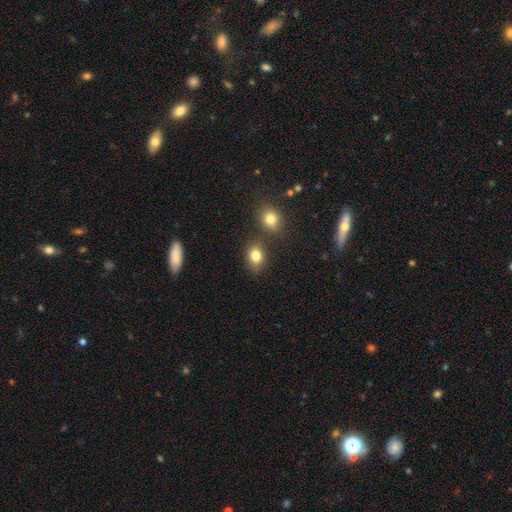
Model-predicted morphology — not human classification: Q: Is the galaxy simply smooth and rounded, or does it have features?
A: smooth — 82%.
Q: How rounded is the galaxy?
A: in between — 55%.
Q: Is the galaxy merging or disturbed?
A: none — 73%.